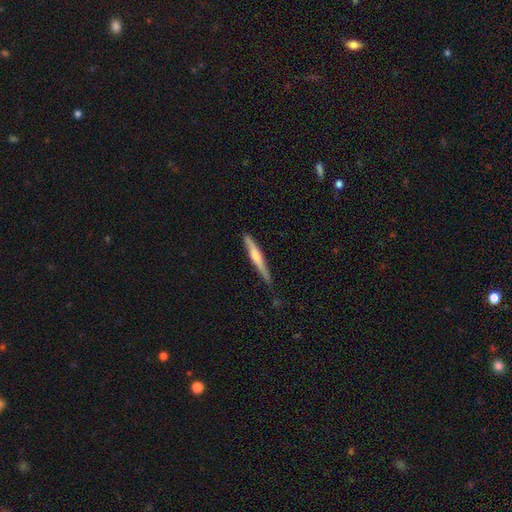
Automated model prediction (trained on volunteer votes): smooth_or_featured: smooth (p=0.51) [alt: featured or disk p=0.44]
how_rounded: cigar-shaped (p=0.94) [alt: in between p=0.04]
merging: none (p=0.76) [alt: minor disturbance p=0.20]